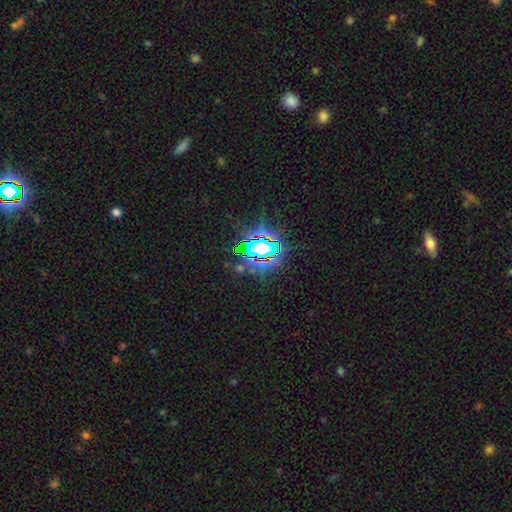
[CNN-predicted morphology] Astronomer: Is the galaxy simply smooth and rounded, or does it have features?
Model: star or artifact — 80%.